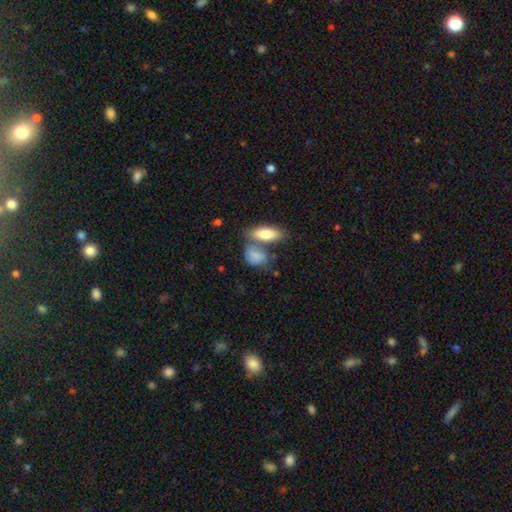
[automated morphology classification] smooth_or_featured: smooth (p=0.80) [alt: featured or disk p=0.14]
how_rounded: in between (p=0.82) [alt: round p=0.12]
merging: merger (p=0.45) [alt: none p=0.34]